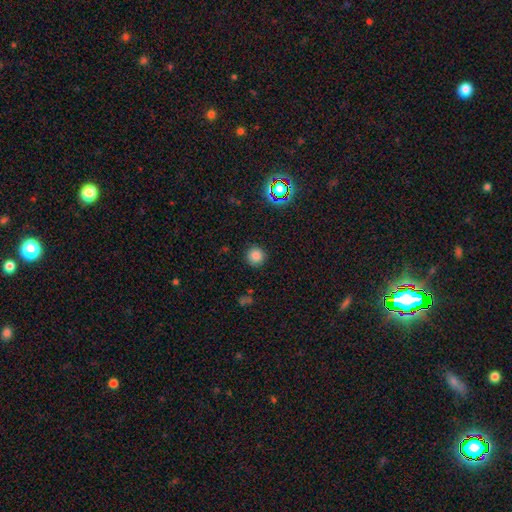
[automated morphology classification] smooth_or_featured: smooth (p=0.82) [alt: star or artifact p=0.14]
how_rounded: round (p=0.95) [alt: in between p=0.04]
merging: none (p=0.91) [alt: minor disturbance p=0.06]